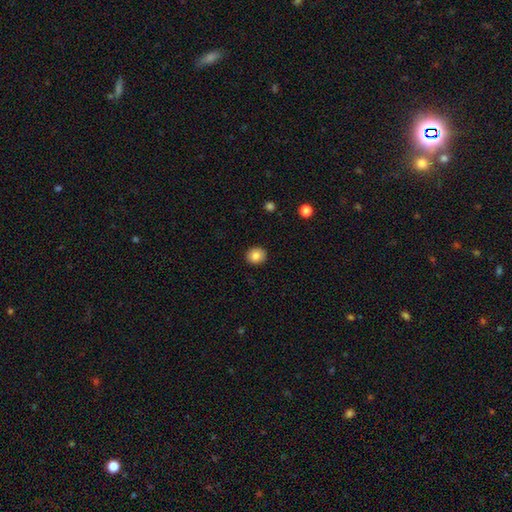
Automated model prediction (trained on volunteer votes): Overall: smooth (82%). How rounded: round (77%). Merging: none (91%).